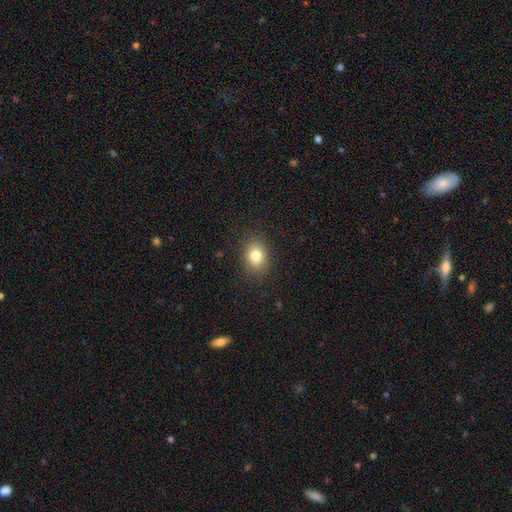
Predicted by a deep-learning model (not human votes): smooth 81%, star or artifact 11%, featured or disk 8%. Down the decision tree: how rounded — in between (55%); merging — none (88%).